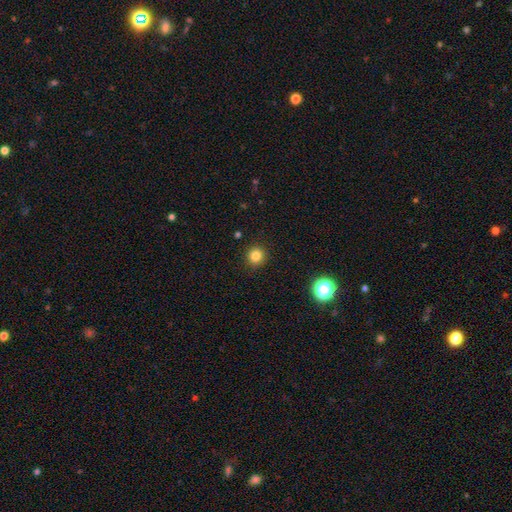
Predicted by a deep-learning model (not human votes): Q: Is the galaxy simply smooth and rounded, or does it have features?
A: smooth — 82%.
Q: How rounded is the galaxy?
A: round — 93%.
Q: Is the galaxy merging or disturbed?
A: none — 91%.